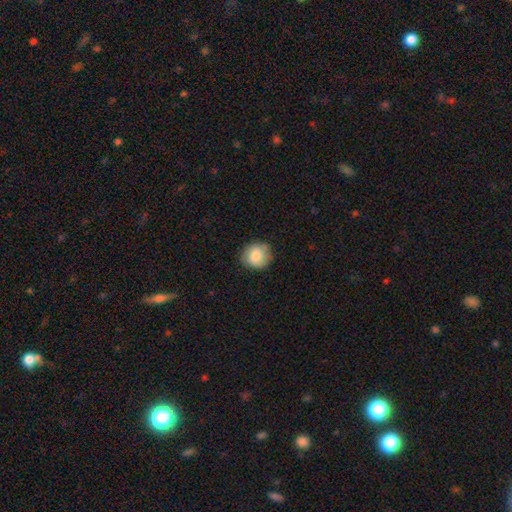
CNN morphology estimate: A smooth galaxy with no disk features (79%) that is round (80%). Merging: none (80%).